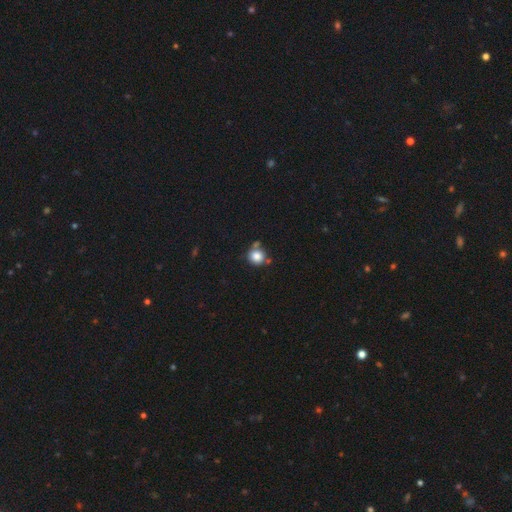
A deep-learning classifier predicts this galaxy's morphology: A smooth galaxy with no disk features (84%) that is round (89%).

Vote fractions:
- Smooth or featured? smooth: 84% / star or artifact: 10% / featured or disk: 6%
- How rounded? round: 89% / in between: 10% / cigar-shaped: 1%
- Merging? none: 67% / merger: 15% / minor disturbance: 14% / major disturbance: 4%